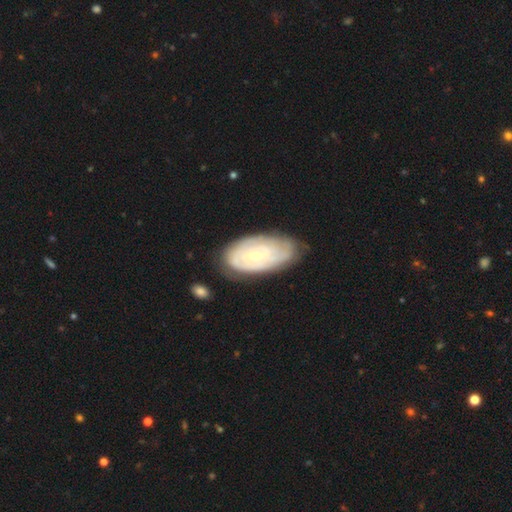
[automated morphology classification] smooth_or_featured: featured or disk (p=0.72) [alt: smooth p=0.22]
disk_edge_on: no (p=0.94) [alt: yes p=0.06]
bar: no (p=0.75) [alt: weak p=0.21]
has_spiral_arms: yes (p=0.82) [alt: no p=0.18]
spiral_winding: tight (p=0.78) [alt: medium p=0.17]
spiral_arm_count: can't tell (p=0.59) [alt: 2 p=0.18]
bulge_size: small (p=0.60) [alt: moderate p=0.37]
merging: none (p=0.71) [alt: minor disturbance p=0.22]